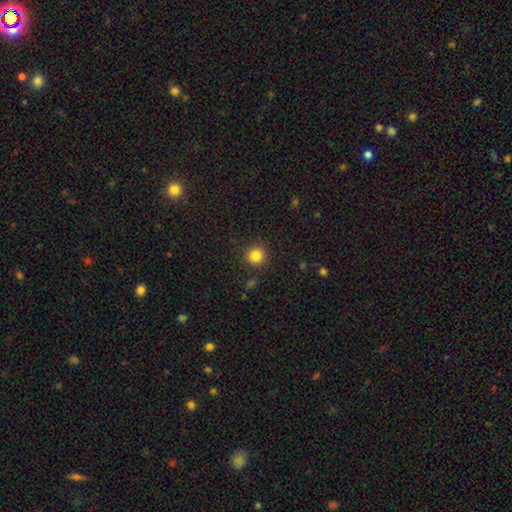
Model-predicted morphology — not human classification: The model was most divided on "smooth or featured": smooth: 84%, star or artifact: 11%, featured or disk: 5%. More confident: how rounded — round (93%); merging — none (90%).